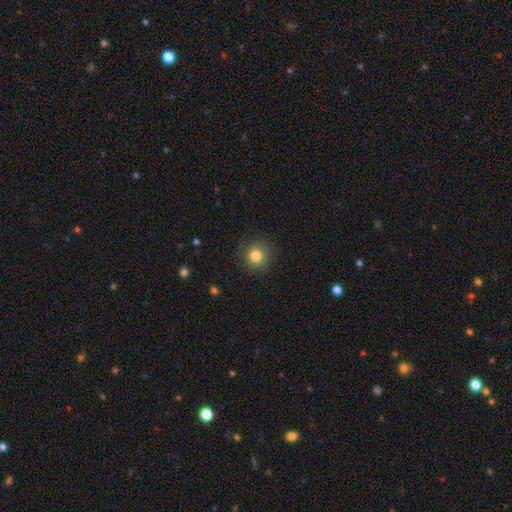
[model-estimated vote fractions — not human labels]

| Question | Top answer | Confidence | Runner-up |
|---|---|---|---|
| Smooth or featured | smooth | 82% | star or artifact (11%) |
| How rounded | round | 92% | in between (7%) |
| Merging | none | 86% | minor disturbance (10%) |